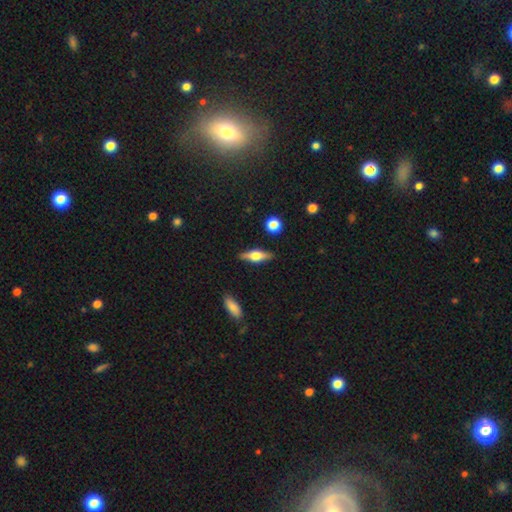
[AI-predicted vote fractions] smooth-or-featured: featured or disk: 57% | smooth: 36% | star or artifact: 7%
  disk-edge-on: yes: 94% | no: 6%
    edge-on-bulge: rounded: 92% | boxy: 6% | none: 2%
  merging: none: 88% | minor disturbance: 9% | major disturbance: 2% | merger: 2%